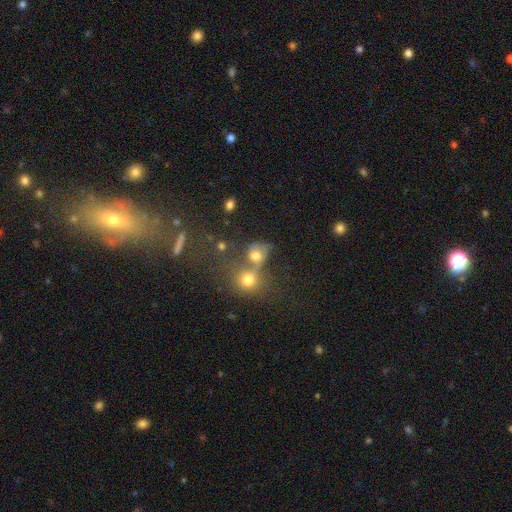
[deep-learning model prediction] A smooth galaxy with no disk features (69%) that is round (66%). Merging: merger (50%).